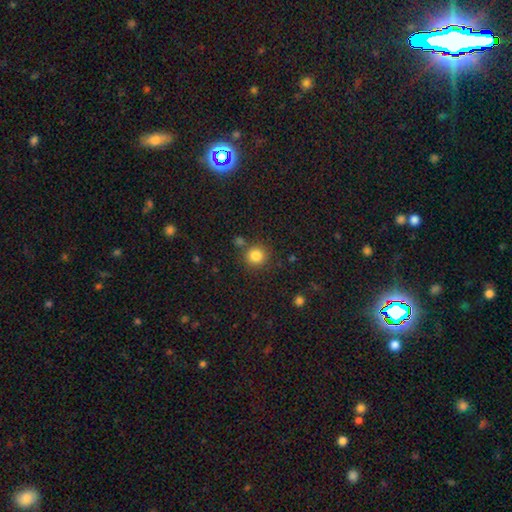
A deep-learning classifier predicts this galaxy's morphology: This is clearly a smooth galaxy (84%). How rounded: clearly round (92%). Merging: clearly none (82%).